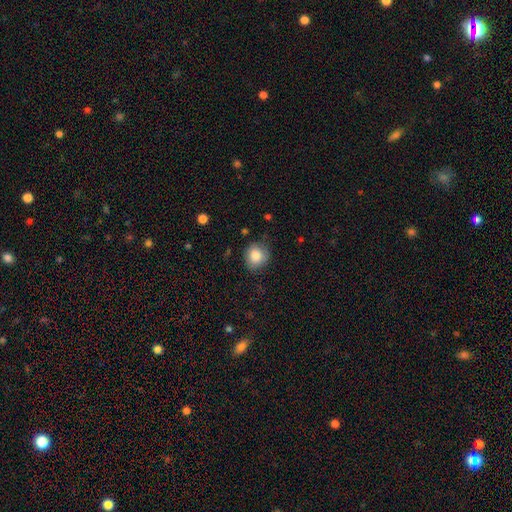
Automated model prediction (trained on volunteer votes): smooth 83%, featured or disk 9%, star or artifact 8%. Down the decision tree: how rounded — round (79%); merging — none (76%).